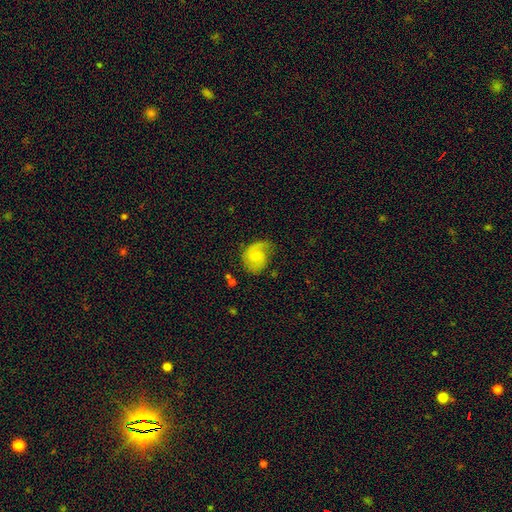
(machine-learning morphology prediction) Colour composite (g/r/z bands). It shows a featured or disk galaxy (54%) with no bar (67%), spiral arms (88%) and a small central bulge (49%). Merging: none (48%).